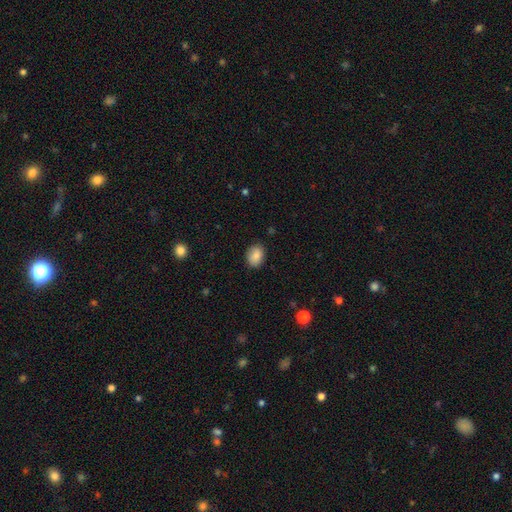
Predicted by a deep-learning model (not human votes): A smooth galaxy with no disk features (87%) that is in between round and cigar-shaped (67%).

Vote fractions:
- Smooth or featured? smooth: 87% / star or artifact: 8% / featured or disk: 6%
- How rounded? in between: 67% / round: 32% / cigar-shaped: 1%
- Merging? none: 85% / minor disturbance: 11% / major disturbance: 2% / merger: 1%